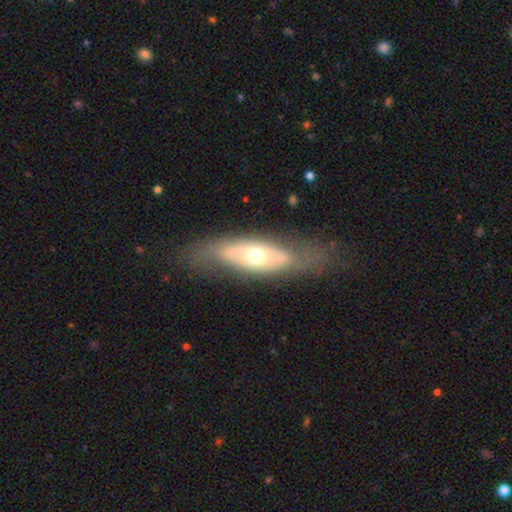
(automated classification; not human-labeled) A featured or disk galaxy (56%). Merging: none (68%).